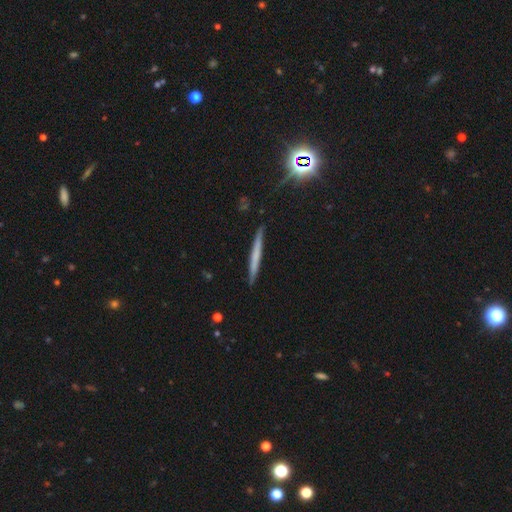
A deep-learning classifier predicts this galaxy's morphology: Overall: smooth (51%; featured or disk 39%). How rounded: cigar-shaped (96%). Merging: none (89%).